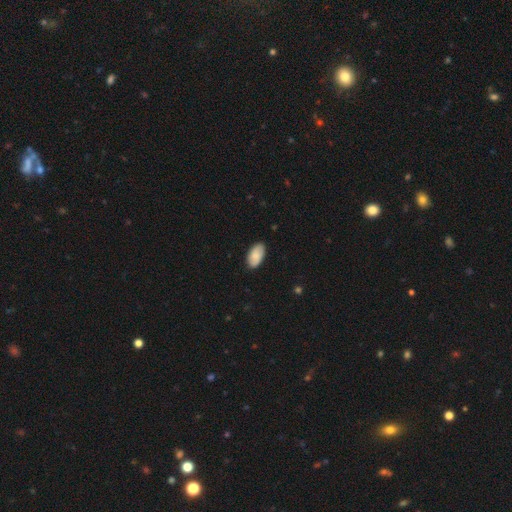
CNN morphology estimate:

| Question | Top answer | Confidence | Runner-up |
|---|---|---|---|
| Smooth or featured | smooth | 84% | featured or disk (10%) |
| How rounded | in between | 95% | round (3%) |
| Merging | none | 86% | minor disturbance (12%) |